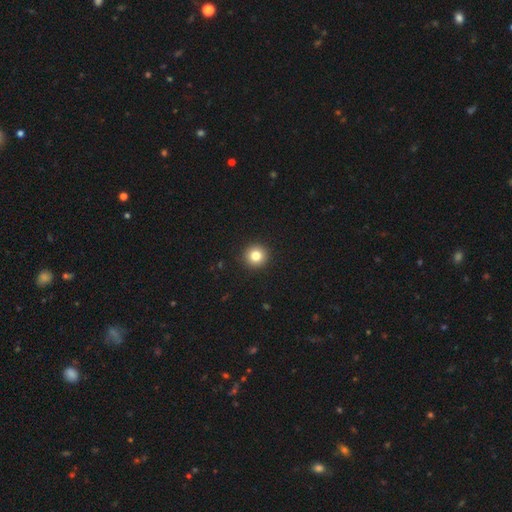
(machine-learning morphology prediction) smooth_or_featured: smooth (p=0.82) [alt: star or artifact p=0.11]
how_rounded: round (p=0.95) [alt: in between p=0.04]
merging: none (p=0.93) [alt: minor disturbance p=0.04]